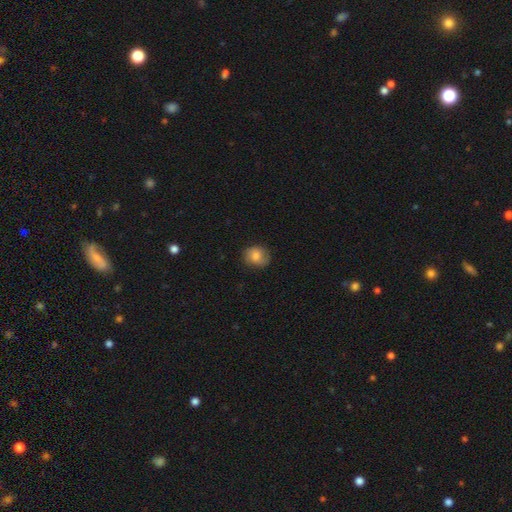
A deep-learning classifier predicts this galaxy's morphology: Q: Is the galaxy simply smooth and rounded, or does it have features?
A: smooth — 74%.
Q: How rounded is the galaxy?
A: round — 73%.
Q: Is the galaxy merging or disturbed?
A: none — 78%.